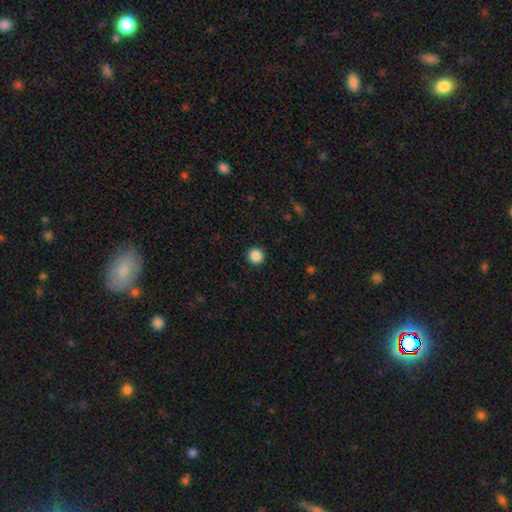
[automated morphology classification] This is clearly a smooth galaxy (87%). How rounded: clearly round (95%). Merging: clearly none (93%).